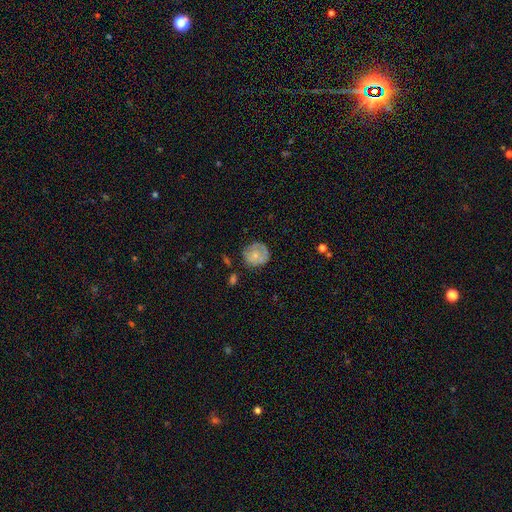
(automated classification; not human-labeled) The model was most divided on "smooth or featured": smooth: 56%, featured or disk: 37%, star or artifact: 7%. More confident: how rounded — round (81%); merging — none (63%).